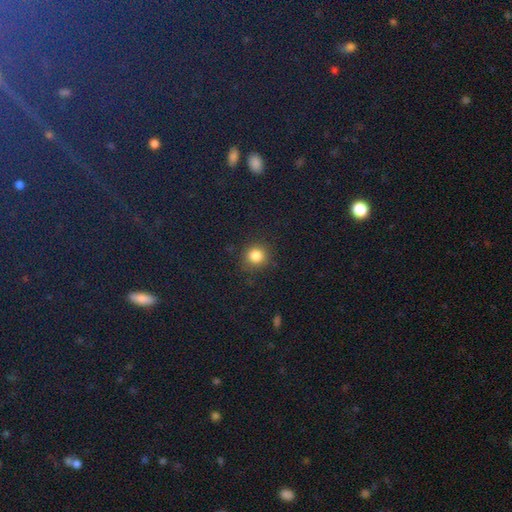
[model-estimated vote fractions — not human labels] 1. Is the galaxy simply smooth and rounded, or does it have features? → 83% smooth, 12% star or artifact, 5% featured or disk.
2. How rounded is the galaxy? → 89% round, 10% in between, 1% cigar-shaped.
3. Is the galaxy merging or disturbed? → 86% none, 9% minor disturbance, 3% major disturbance, 1% merger.